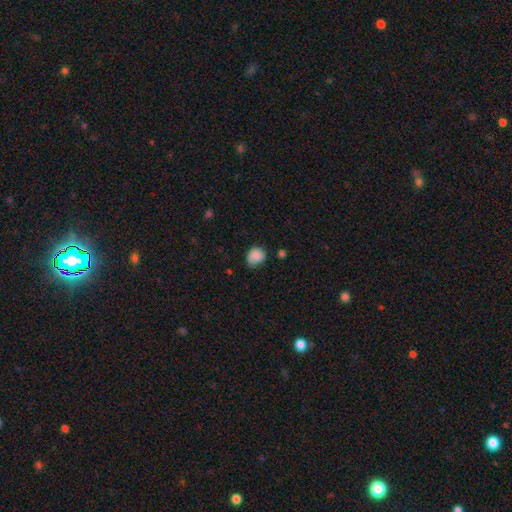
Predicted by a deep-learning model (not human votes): This is clearly a smooth galaxy (82%). How rounded: likely round (66%). Merging: possibly none (56%).